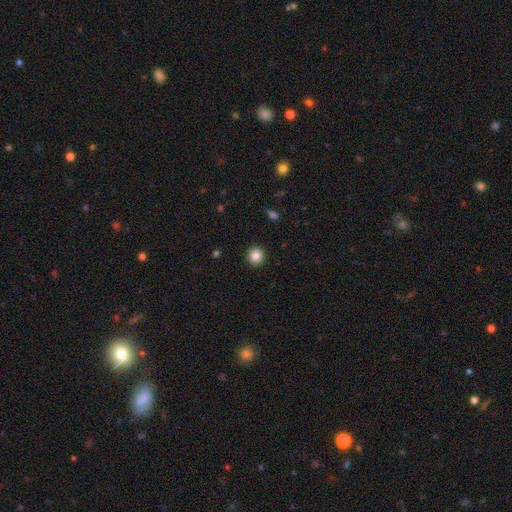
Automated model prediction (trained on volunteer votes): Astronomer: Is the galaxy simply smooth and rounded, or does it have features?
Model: smooth — 86%.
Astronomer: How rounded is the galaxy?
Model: round — 87%.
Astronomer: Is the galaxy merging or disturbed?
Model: none — 91%.